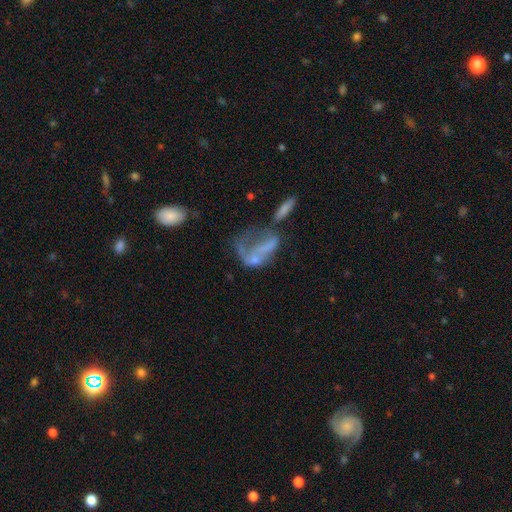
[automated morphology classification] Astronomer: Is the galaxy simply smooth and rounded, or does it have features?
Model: featured or disk — 52% (runner-up: smooth, 34%).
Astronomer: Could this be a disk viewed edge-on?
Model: no — 94%.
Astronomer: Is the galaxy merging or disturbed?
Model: major disturbance — 46% (runner-up: merger, 23%).